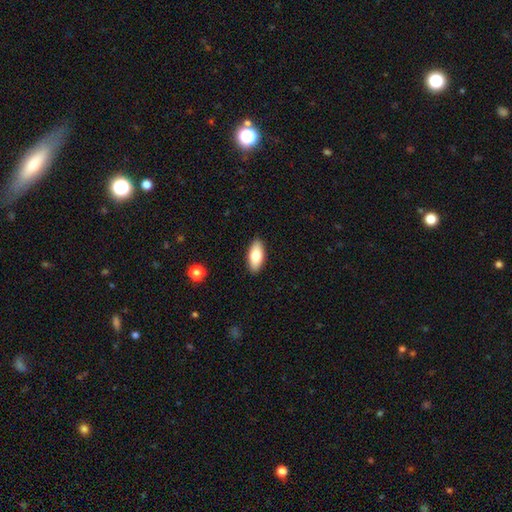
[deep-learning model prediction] Overall: smooth (80%). How rounded: in between (87%). Merging: none (90%).